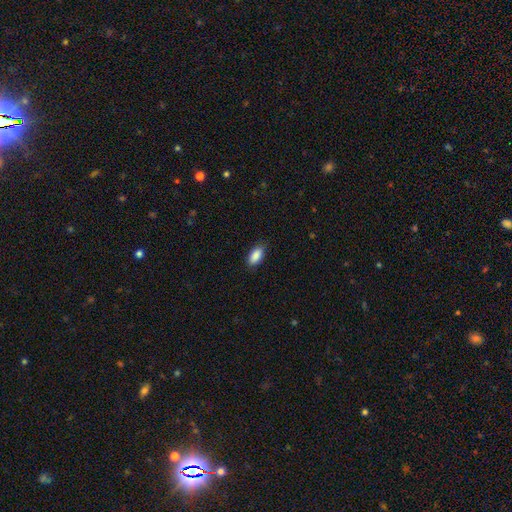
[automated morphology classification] smooth-or-featured: smooth: 89% | star or artifact: 7% | featured or disk: 4%
  how-rounded: in between: 91% | cigar-shaped: 6% | round: 3%
  merging: none: 81% | minor disturbance: 15% | major disturbance: 3% | merger: 1%